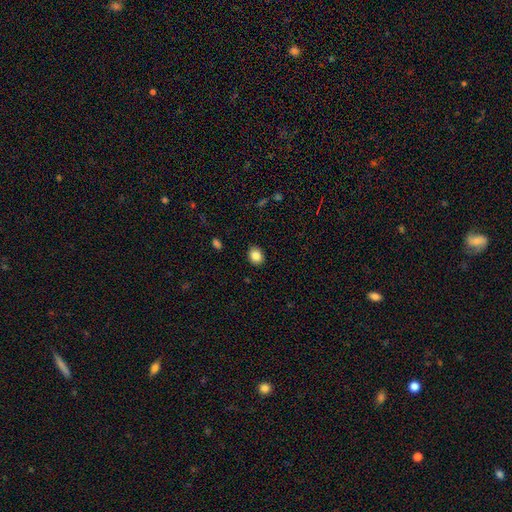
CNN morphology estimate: smooth_or_featured: smooth (p=0.87) [alt: star or artifact p=0.09]
how_rounded: round (p=0.55) [alt: in between p=0.44]
merging: none (p=0.88) [alt: minor disturbance p=0.08]